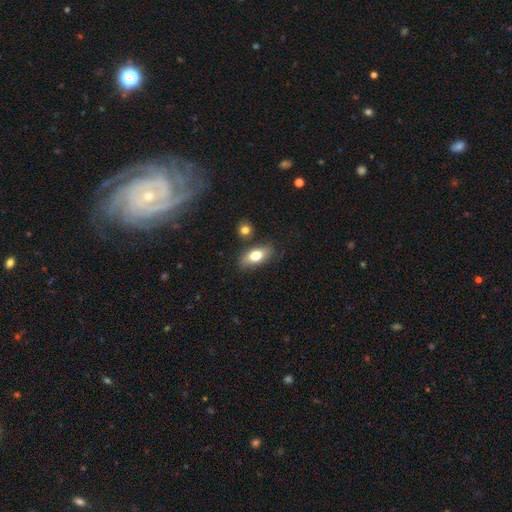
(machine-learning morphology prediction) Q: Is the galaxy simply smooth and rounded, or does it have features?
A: smooth — 74%.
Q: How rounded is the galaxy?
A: in between — 84%.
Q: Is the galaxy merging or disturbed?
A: none — 76%.